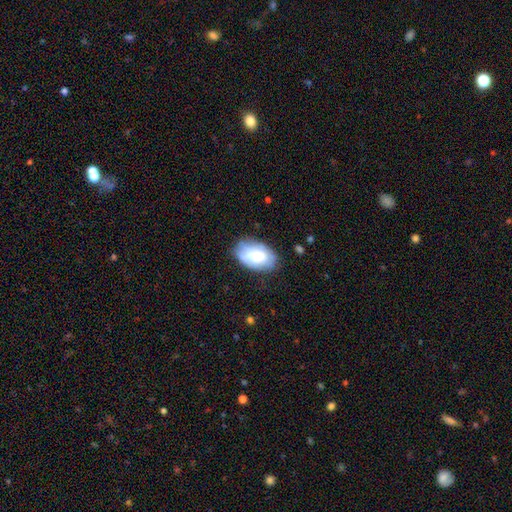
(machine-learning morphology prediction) smooth_or_featured: smooth (p=0.66) [alt: featured or disk p=0.26]
how_rounded: in between (p=0.92) [alt: round p=0.07]
merging: none (p=0.63) [alt: minor disturbance p=0.26]